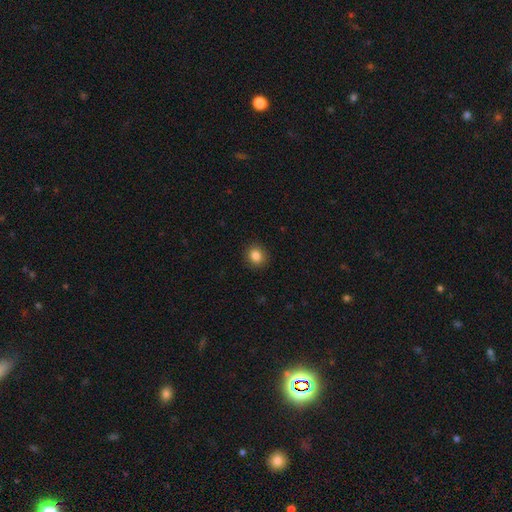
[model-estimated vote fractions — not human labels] Overall: smooth (85%). How rounded: round (82%). Merging: none (91%).